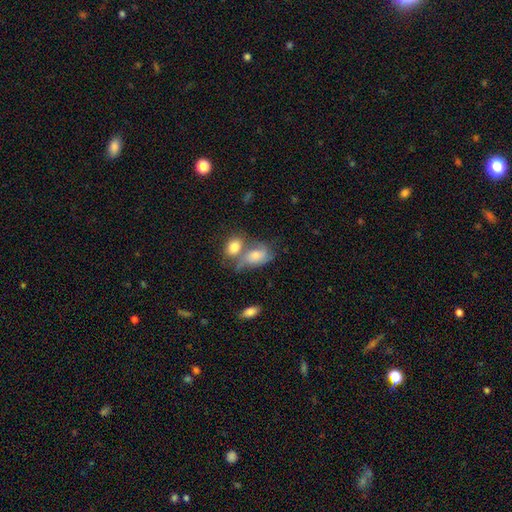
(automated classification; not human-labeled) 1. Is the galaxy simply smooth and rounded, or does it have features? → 64% smooth, 28% featured or disk, 9% star or artifact.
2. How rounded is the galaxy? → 84% in between, 13% round, 3% cigar-shaped.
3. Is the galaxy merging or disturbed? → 48% merger, 26% none, 16% minor disturbance, 11% major disturbance.